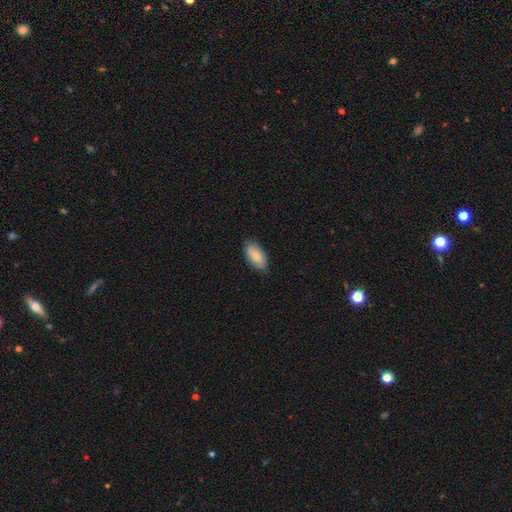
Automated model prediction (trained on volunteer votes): Q: Smooth or featured?
A: smooth (80%); runner-up: featured or disk (14%)
Q: How rounded?
A: in between (94%); runner-up: cigar-shaped (4%)
Q: Merging?
A: none (84%); runner-up: minor disturbance (13%)